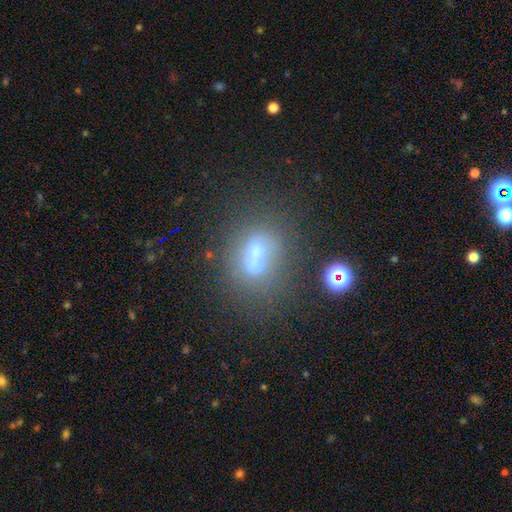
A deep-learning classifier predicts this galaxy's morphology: Smooth or featured: smooth — 46% (featured or disk — 34%)
Merging: none — 51% (minor disturbance — 18%)